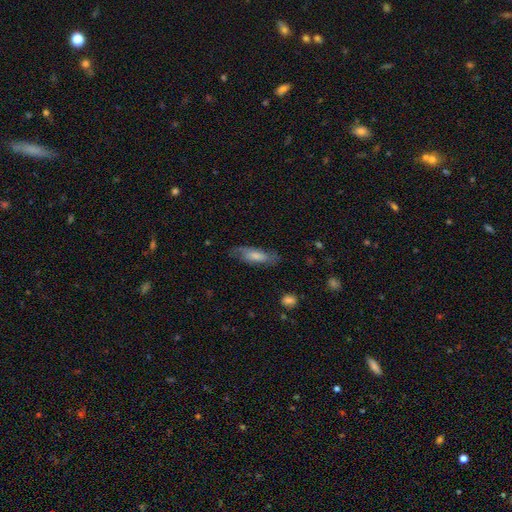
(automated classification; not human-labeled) The model was most divided on "how rounded": in between: 59%, cigar-shaped: 39%, round: 2%. More confident: merging — none (71%); smooth or featured — smooth (60%).